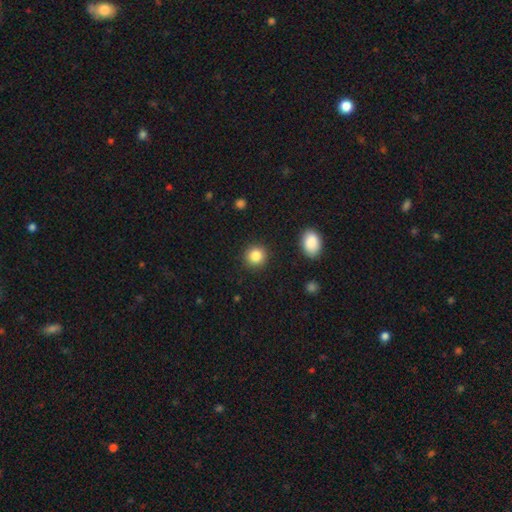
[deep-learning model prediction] Overall: smooth (85%). How rounded: round (90%). Merging: none (90%).